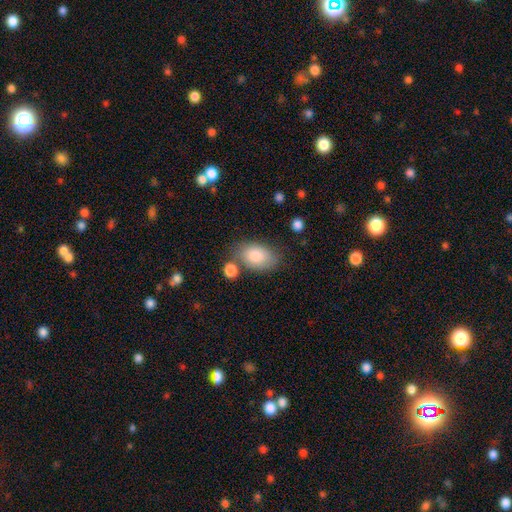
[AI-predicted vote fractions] Smooth or featured? smooth (83%)
How rounded? in between (89%)
Merging? none (64%)